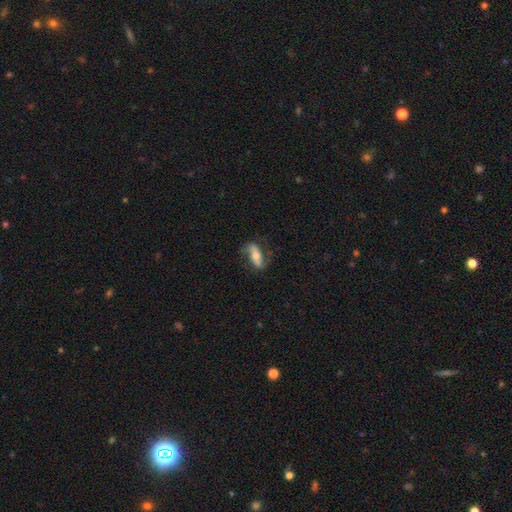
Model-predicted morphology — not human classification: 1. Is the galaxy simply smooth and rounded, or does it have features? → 62% featured or disk, 31% smooth, 7% star or artifact.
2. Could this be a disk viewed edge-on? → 83% no, 17% yes.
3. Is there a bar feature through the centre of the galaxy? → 41% strong, 34% no, 24% weak.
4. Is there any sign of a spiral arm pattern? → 85% yes, 15% no.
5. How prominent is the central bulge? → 62% moderate, 24% small, 10% large, 2% none, 2% dominant.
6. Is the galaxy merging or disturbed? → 70% none, 19% minor disturbance, 9% major disturbance, 2% merger.